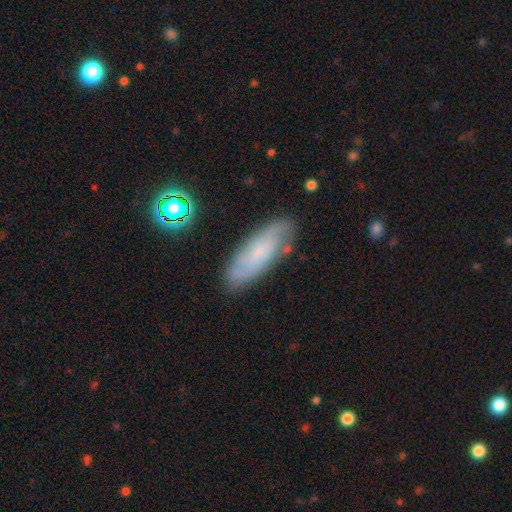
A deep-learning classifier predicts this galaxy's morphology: smooth_or_featured: featured or disk (p=0.46) [alt: smooth p=0.44]
merging: none (p=0.78) [alt: minor disturbance p=0.16]